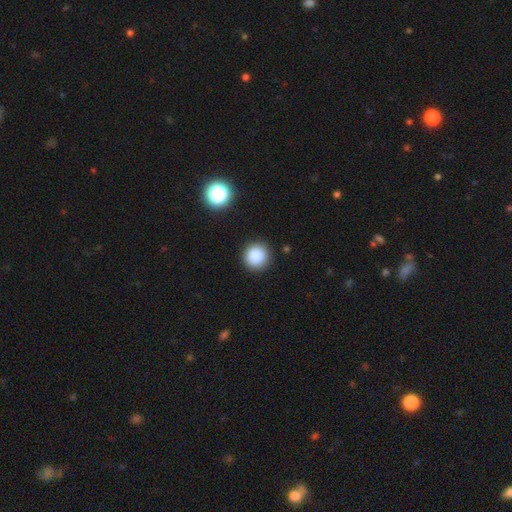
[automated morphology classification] smooth 86%, star or artifact 10%, featured or disk 4%. Down the decision tree: how rounded — round (94%); merging — none (90%).